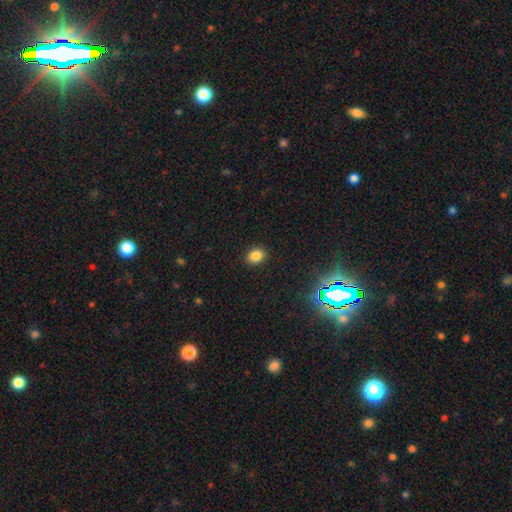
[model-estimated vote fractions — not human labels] Smooth or featured?
  - smooth: 83% *
  - star or artifact: 13%
  - featured or disk: 5%
How rounded?
  - in between: 62% *
  - round: 37%
  - cigar-shaped: 1%
Merging?
  - none: 90% *
  - minor disturbance: 7%
  - major disturbance: 2%
  - merger: 1%